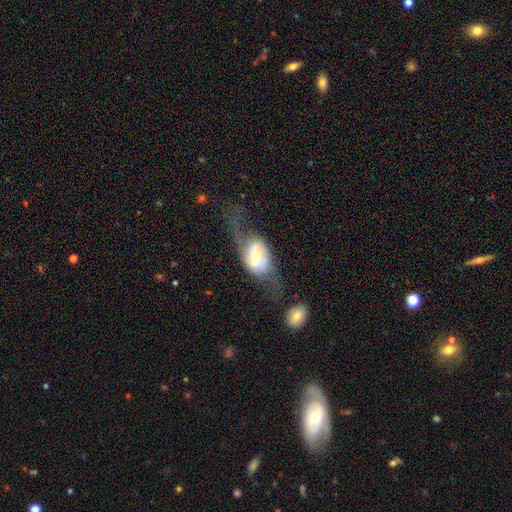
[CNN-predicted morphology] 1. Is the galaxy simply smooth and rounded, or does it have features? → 65% featured or disk, 29% smooth, 6% star or artifact.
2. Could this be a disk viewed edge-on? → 90% no, 10% yes.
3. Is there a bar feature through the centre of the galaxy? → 41% no, 34% weak, 25% strong.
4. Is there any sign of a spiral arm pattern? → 68% yes, 32% no.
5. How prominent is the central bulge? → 51% moderate, 38% small, 7% large, 3% dominant, 1% none.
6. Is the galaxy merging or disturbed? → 38% none, 35% major disturbance, 20% minor disturbance, 7% merger.